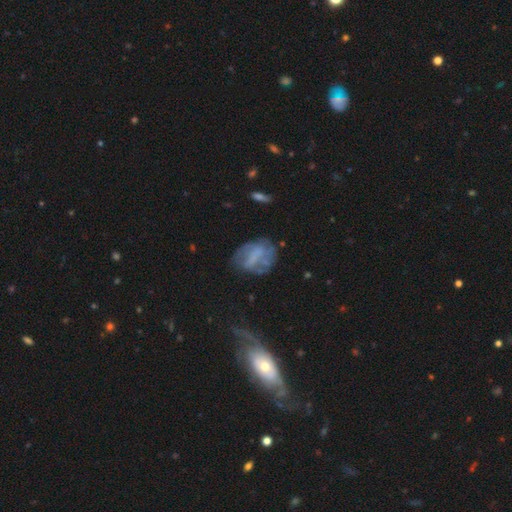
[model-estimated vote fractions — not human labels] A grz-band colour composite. It shows a featured or disk galaxy (52%). Merging: none (54%).